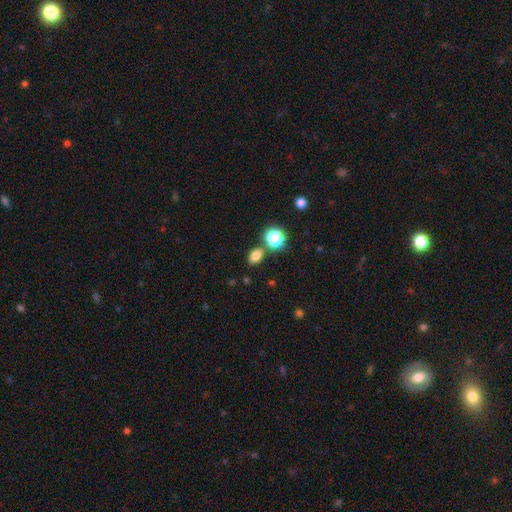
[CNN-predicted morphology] smooth-or-featured: smooth: 76% | star or artifact: 17% | featured or disk: 7%
  how-rounded: in between: 66% | round: 33% | cigar-shaped: 1%
  merging: none: 76% | merger: 11% | minor disturbance: 10% | major disturbance: 3%